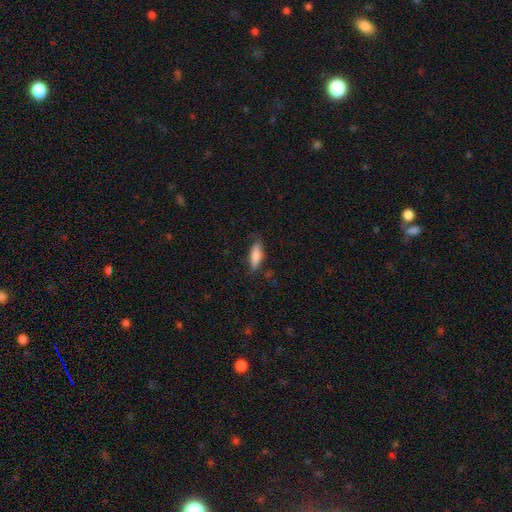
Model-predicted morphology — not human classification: Overall: smooth (80%). How rounded: in between (51%; cigar-shaped 47%). Merging: none (76%).